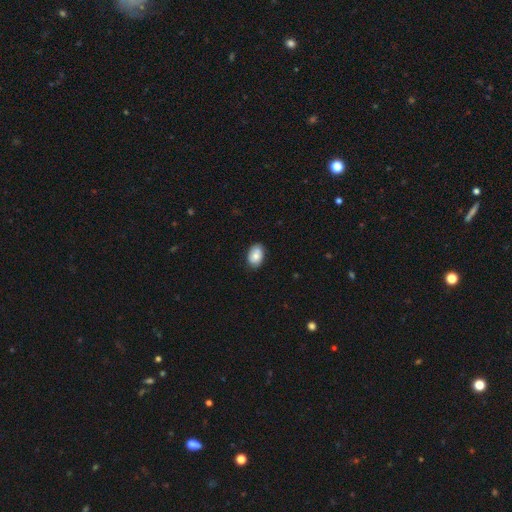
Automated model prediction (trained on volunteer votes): This is likely a smooth galaxy (73%). How rounded: clearly in between (84%). Merging: likely none (79%).